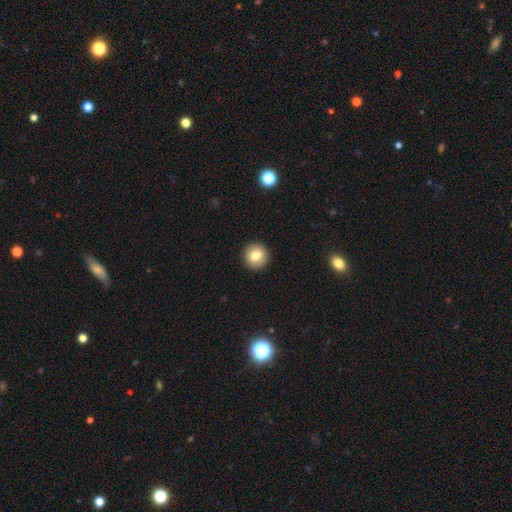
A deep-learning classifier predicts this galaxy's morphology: Overall: smooth (81%). How rounded: round (93%). Merging: none (93%).